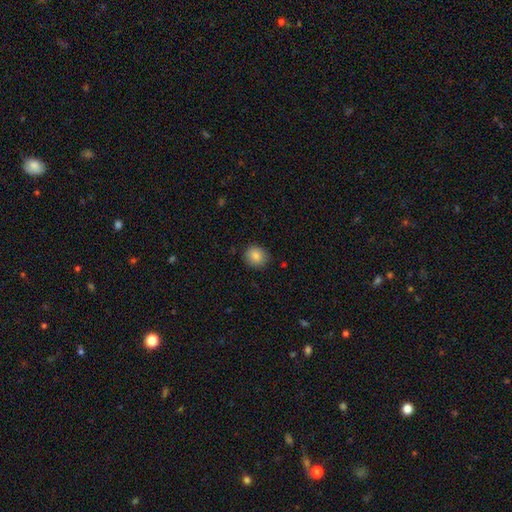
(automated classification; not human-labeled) A smooth galaxy with no disk features (86%) that is round (76%).

Vote fractions:
- Smooth or featured? smooth: 86% / star or artifact: 9% / featured or disk: 5%
- How rounded? round: 76% / in between: 23% / cigar-shaped: 1%
- Merging? none: 87% / minor disturbance: 10% / major disturbance: 2% / merger: 1%